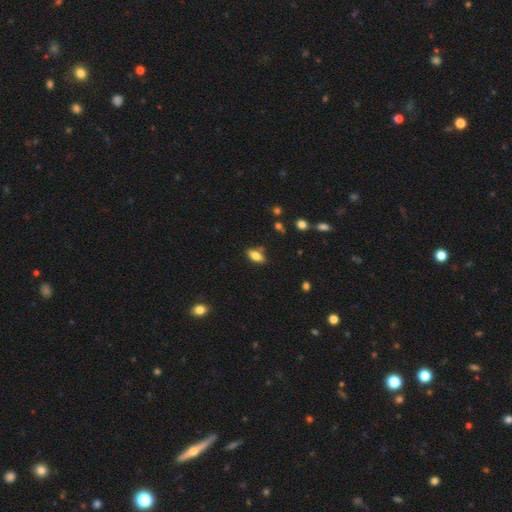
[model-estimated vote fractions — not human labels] smooth_or_featured: smooth (p=0.77) [alt: featured or disk p=0.15]
how_rounded: in between (p=0.85) [alt: cigar-shaped p=0.11]
merging: none (p=0.76) [alt: minor disturbance p=0.16]